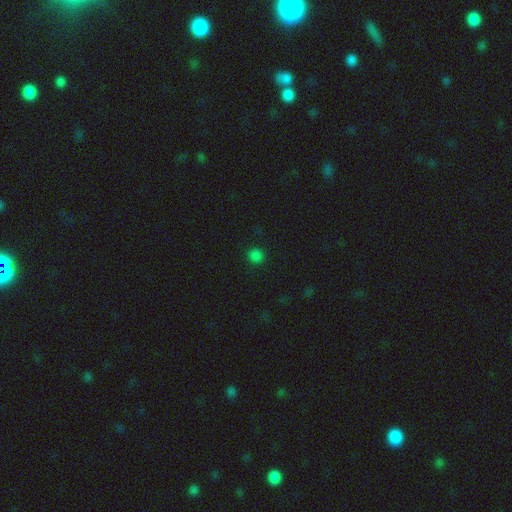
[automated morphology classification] Q: Smooth or featured?
A: smooth (81%); runner-up: star or artifact (17%)
Q: How rounded?
A: round (92%); runner-up: in between (7%)
Q: Merging?
A: none (91%); runner-up: minor disturbance (6%)